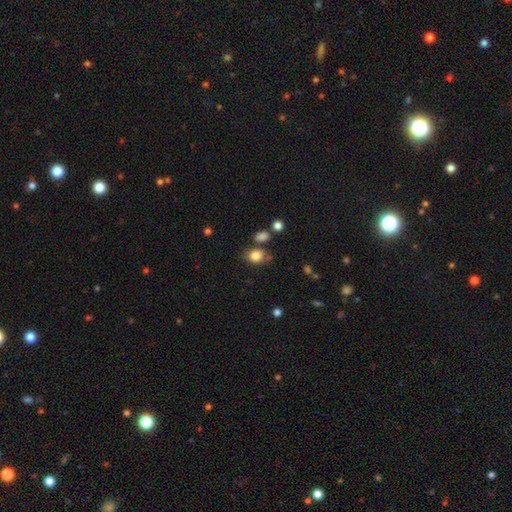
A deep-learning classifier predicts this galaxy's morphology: Smooth or featured?
  - smooth: 83% *
  - star or artifact: 11%
  - featured or disk: 7%
How rounded?
  - in between: 52% *
  - round: 47%
  - cigar-shaped: 1%
Merging?
  - none: 70% *
  - minor disturbance: 16%
  - merger: 9%
  - major disturbance: 5%